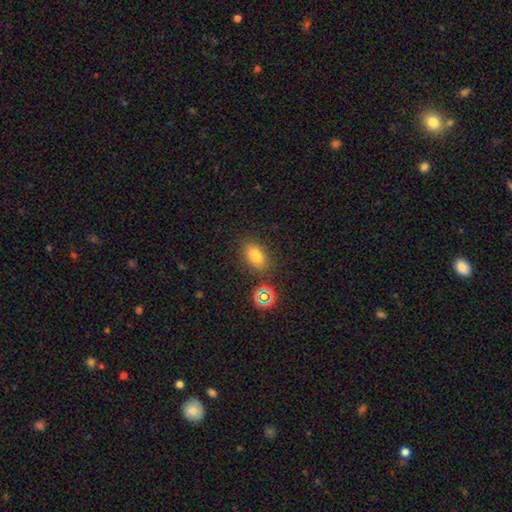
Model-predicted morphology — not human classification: Smooth or featured? smooth (76%)
How rounded? in between (75%)
Merging? none (81%)